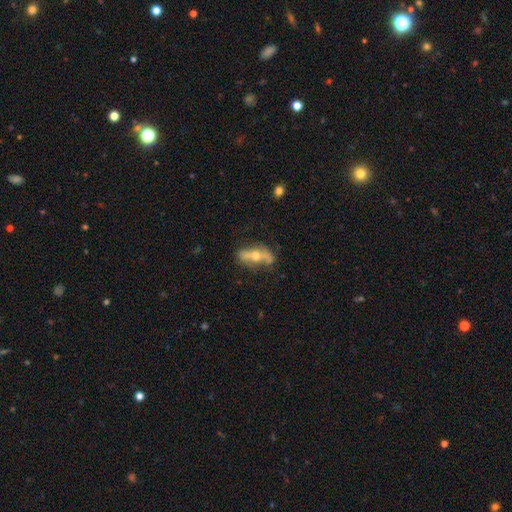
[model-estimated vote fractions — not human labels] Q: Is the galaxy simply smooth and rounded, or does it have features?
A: featured or disk — 63%.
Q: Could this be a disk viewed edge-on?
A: no — 55%.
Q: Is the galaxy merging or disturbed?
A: none — 64%.